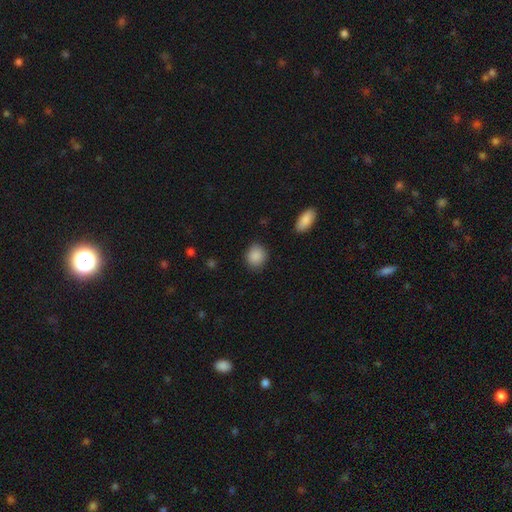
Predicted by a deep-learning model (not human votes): The model was most divided on "how rounded": round: 77%, in between: 22%, cigar-shaped: 1%. More confident: smooth or featured — smooth (89%); merging — none (86%).